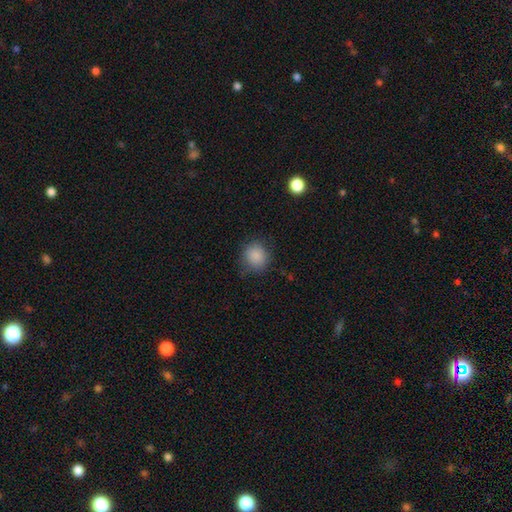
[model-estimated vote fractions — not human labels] Overall: smooth (88%). How rounded: round (84%). Merging: none (81%).